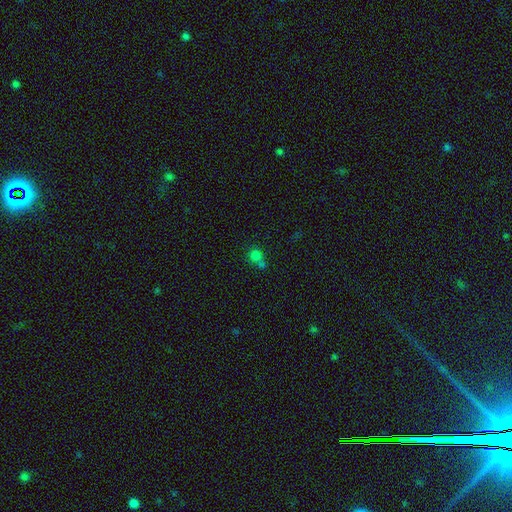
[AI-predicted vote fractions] This is likely a smooth galaxy (76%). How rounded: clearly round (85%). Merging: possibly none (46%).